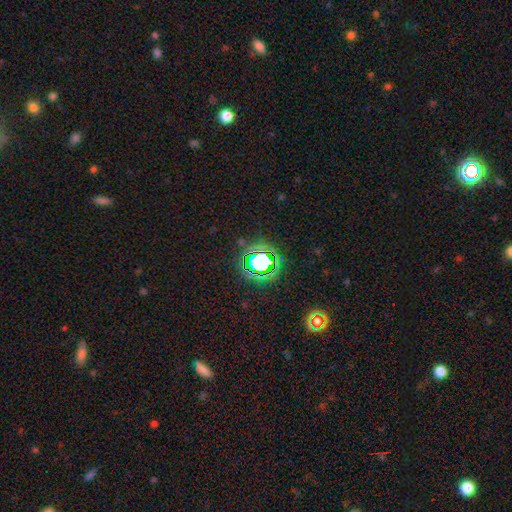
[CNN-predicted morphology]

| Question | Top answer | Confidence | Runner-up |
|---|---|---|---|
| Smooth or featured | star or artifact | 75% | smooth (17%) |